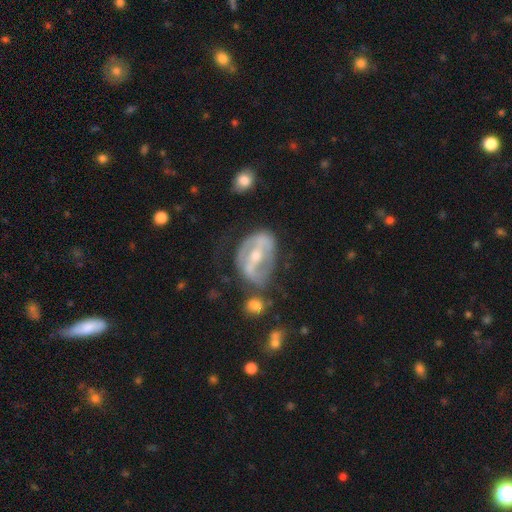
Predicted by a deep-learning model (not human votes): The model was most divided on "spiral arms": yes: 55%, no: 45%. Remaining: edge-on disk — no (94%); smooth or featured — featured or disk (79%); bar — strong (67%); bulge size — moderate (54%); merging — none (49%).